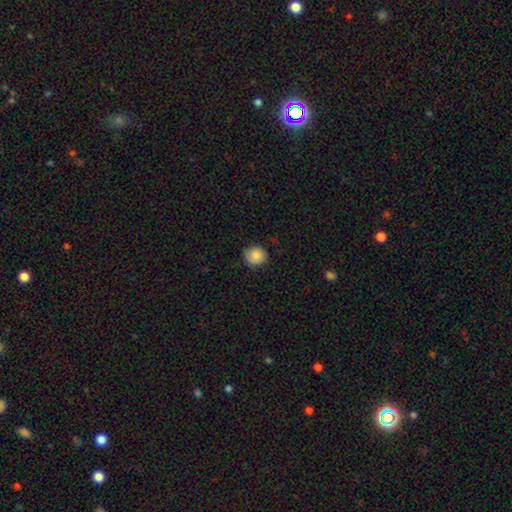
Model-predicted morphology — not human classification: smooth-or-featured: smooth: 82% | featured or disk: 10% | star or artifact: 8%
  how-rounded: round: 86% | in between: 13% | cigar-shaped: 1%
  merging: none: 74% | minor disturbance: 20% | major disturbance: 4% | merger: 1%